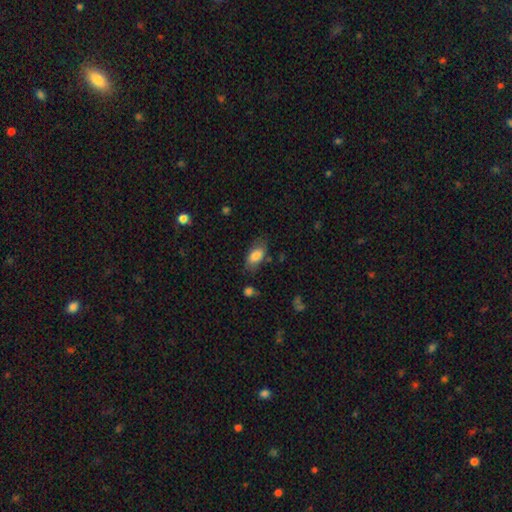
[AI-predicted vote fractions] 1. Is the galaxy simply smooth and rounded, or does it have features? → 81% smooth, 12% featured or disk, 7% star or artifact.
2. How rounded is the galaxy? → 91% in between, 5% cigar-shaped, 4% round.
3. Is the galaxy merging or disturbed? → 69% none, 21% minor disturbance, 7% major disturbance, 3% merger.